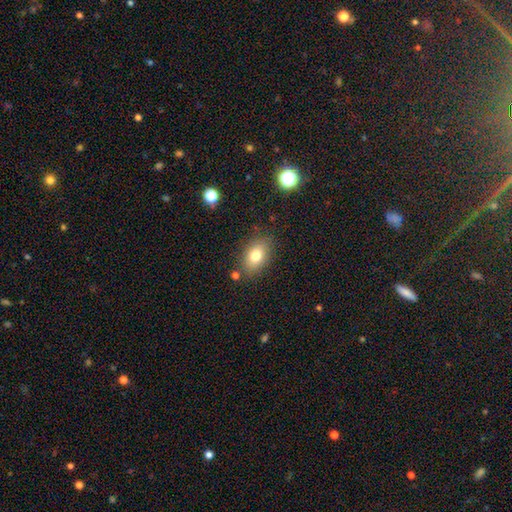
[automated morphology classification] smooth-or-featured: smooth: 78% | featured or disk: 12% | star or artifact: 10%
  how-rounded: in between: 83% | round: 15% | cigar-shaped: 2%
  merging: none: 81% | minor disturbance: 12% | merger: 3% | major disturbance: 3%